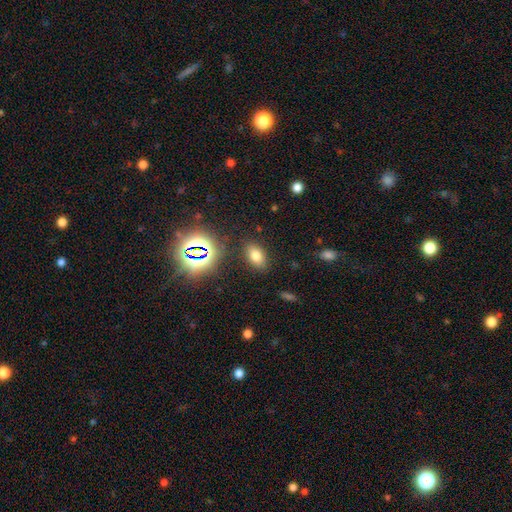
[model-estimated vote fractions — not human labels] The model was most divided on "smooth or featured": smooth: 71%, star or artifact: 19%, featured or disk: 10%. More confident: how rounded — in between (86%); merging — none (85%).